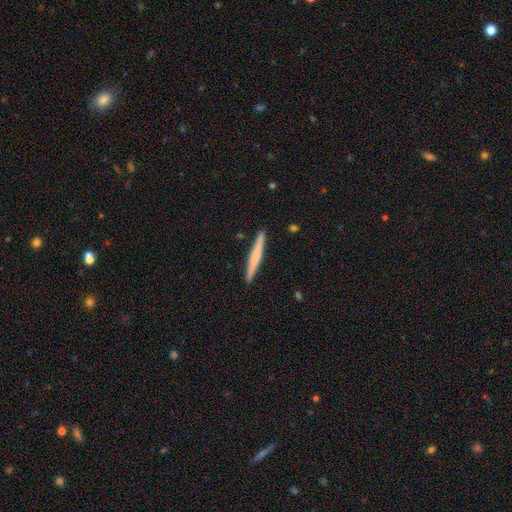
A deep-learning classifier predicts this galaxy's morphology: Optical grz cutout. It shows a smooth galaxy with no disk features (54%) that is cigar-shaped (96%). Merging: none (91%).